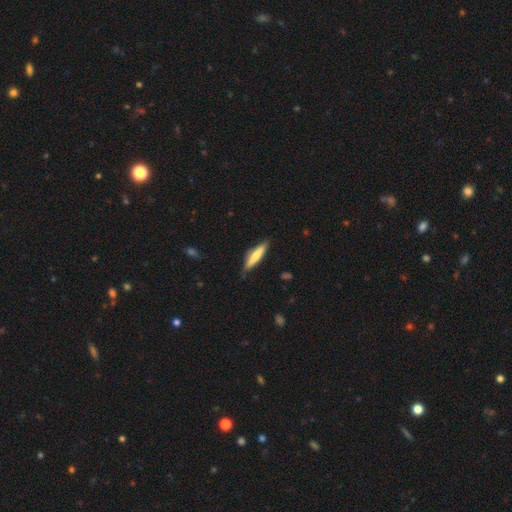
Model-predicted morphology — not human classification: smooth-or-featured: smooth: 66% | featured or disk: 28% | star or artifact: 6%
  how-rounded: cigar-shaped: 83% | in between: 16% | round: 1%
  merging: none: 80% | minor disturbance: 16% | major disturbance: 3% | merger: 1%